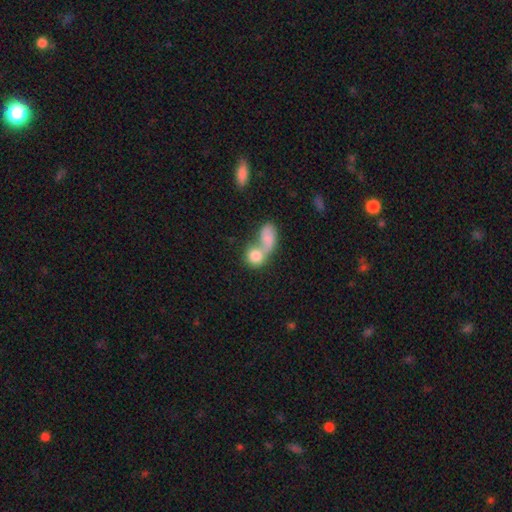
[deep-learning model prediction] This appears to be a smooth galaxy with no disk features (77%) that is round (65%). Merging: merger (71%).